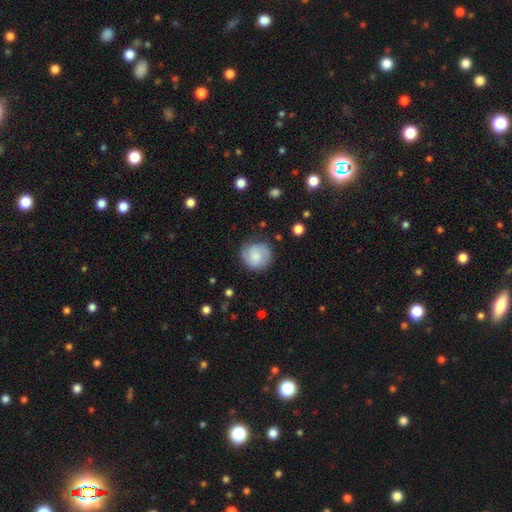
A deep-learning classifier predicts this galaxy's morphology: Smooth or featured: smooth — 55% (featured or disk — 37%)
How rounded: round — 89% (in between — 10%)
Merging: none — 76% (minor disturbance — 17%)